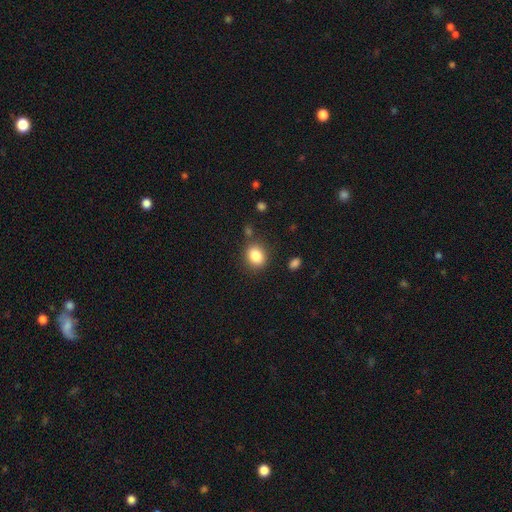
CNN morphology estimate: Smooth or featured?
  - smooth: 86% *
  - star or artifact: 9%
  - featured or disk: 5%
How rounded?
  - round: 51% *
  - in between: 48%
  - cigar-shaped: 1%
Merging?
  - none: 81% *
  - minor disturbance: 11%
  - merger: 4%
  - major disturbance: 4%